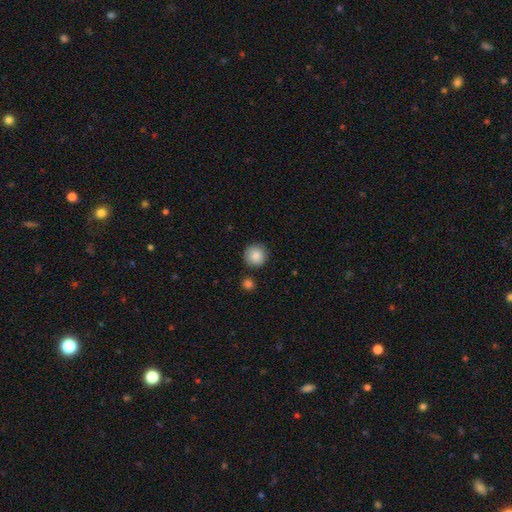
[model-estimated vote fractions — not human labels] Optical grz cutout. It shows a smooth galaxy with no disk features (87%) that is round (94%). Merging: none (84%).